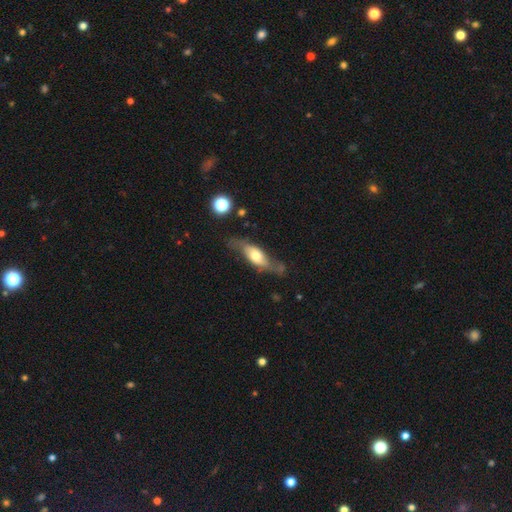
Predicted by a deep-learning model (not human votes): smooth_or_featured: featured or disk (p=0.51) [alt: smooth p=0.42]
disk_edge_on: no (p=0.58) [alt: yes p=0.42]
merging: none (p=0.57) [alt: minor disturbance p=0.26]